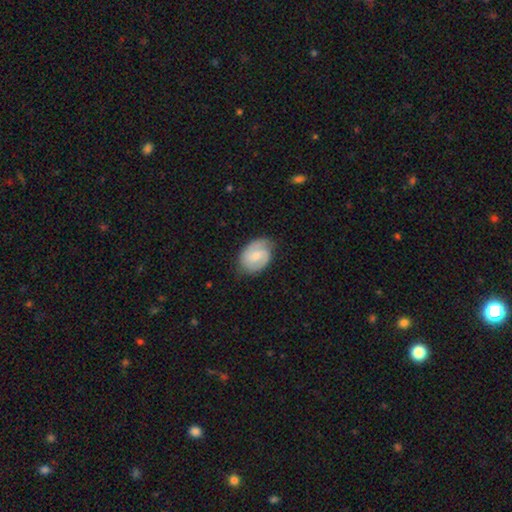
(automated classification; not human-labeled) A featured or disk galaxy (63%) with a weak bar (51%), 2 (80%) medium (46%) spiral arms (92%) and a small central bulge (49%). Merging: none (74%).